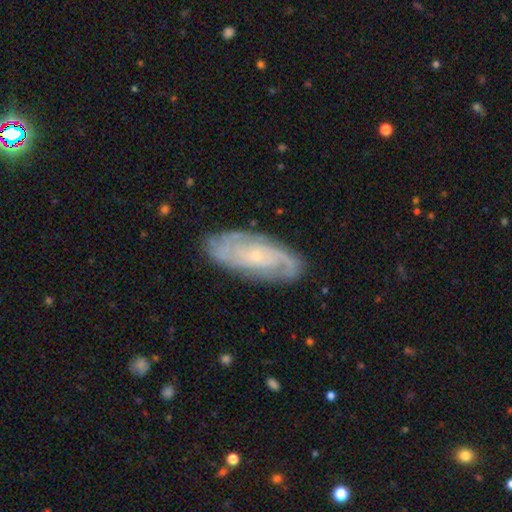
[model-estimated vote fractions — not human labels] Smooth or featured: featured or disk — 80% (smooth — 14%)
Edge-on disk: no — 93% (yes — 7%)
Bar: no — 70% (weak — 25%)
Spiral arms: yes — 95% (no — 5%)
Spiral winding: tight — 58% (medium — 33%)
Spiral arm count: 2 — 36% (can't tell — 32%)
Bulge size: small — 81% (moderate — 14%)
Merging: none — 80% (minor disturbance — 15%)